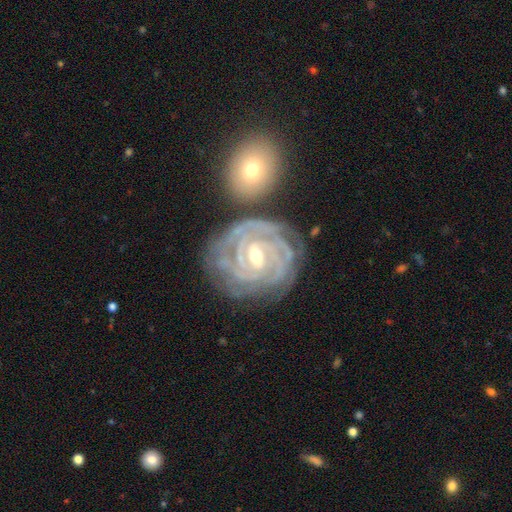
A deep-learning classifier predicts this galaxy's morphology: This is clearly a featured or disk galaxy (90%). It is clearly not viewed edge-on (97%). Bar: possibly weak (47%). Spiral arm pattern: clearly yes (98%). Spiral arm count: marginally 3 (29%). Spiral winding: clearly tight (84%). Central bulge: possibly moderate (56%). Merging: likely none (70%).